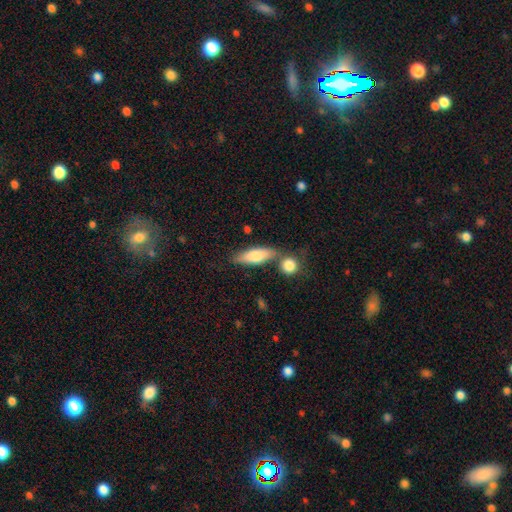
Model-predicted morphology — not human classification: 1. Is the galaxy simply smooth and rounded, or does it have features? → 72% smooth, 22% featured or disk, 6% star or artifact.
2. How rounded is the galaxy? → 54% in between, 42% cigar-shaped, 4% round.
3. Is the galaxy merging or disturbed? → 59% none, 23% merger, 13% minor disturbance, 4% major disturbance.